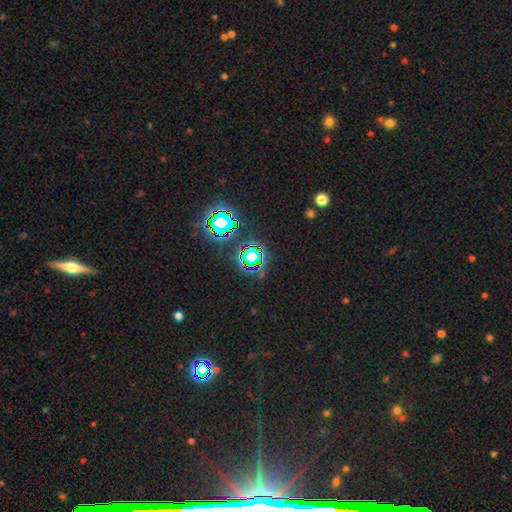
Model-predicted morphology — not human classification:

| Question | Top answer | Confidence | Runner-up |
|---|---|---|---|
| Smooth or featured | star or artifact | 72% | smooth (18%) |